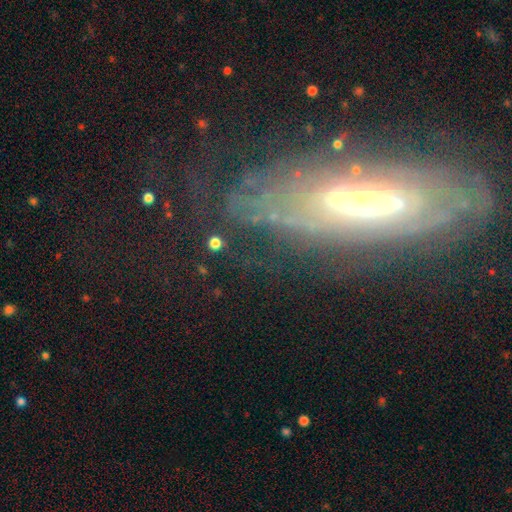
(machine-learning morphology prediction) A featured or disk galaxy (77%) with no bar (39%), spiral arms (73%) and a moderate central bulge (47%).

Vote fractions:
- Smooth or featured? featured or disk: 77% / smooth: 14% / star or artifact: 9%
- Edge-on disk? no: 71% / yes: 29%
- Bar? no: 39% / weak: 33% / strong: 28%
- Spiral arms? yes: 73% / no: 27%
- Bulge size? moderate: 47% / small: 27% / large: 19% / none: 4% / dominant: 3%
- Merging? none: 70% / minor disturbance: 17% / major disturbance: 11% / merger: 2%